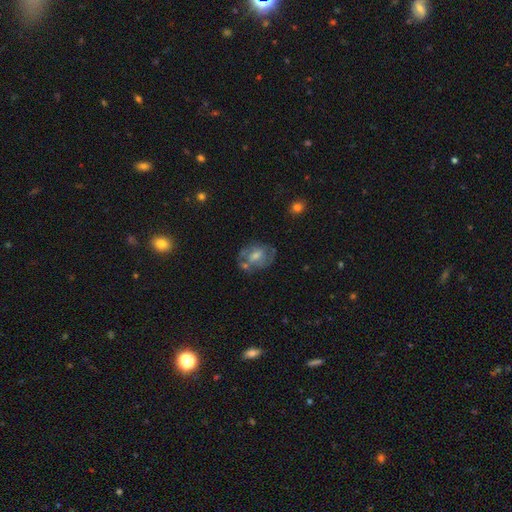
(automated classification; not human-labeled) smooth-or-featured: featured or disk: 58% | smooth: 30% | star or artifact: 12%
  disk-edge-on: no: 96% | yes: 4%
    bar: no: 49% | weak: 41% | strong: 10%
    has-spiral-arms: yes: 64% | no: 36%
    bulge-size: moderate: 51% | small: 34% | large: 7% | none: 7% | dominant: 1%
  merging: none: 63% | minor disturbance: 19% | major disturbance: 9% | merger: 9%